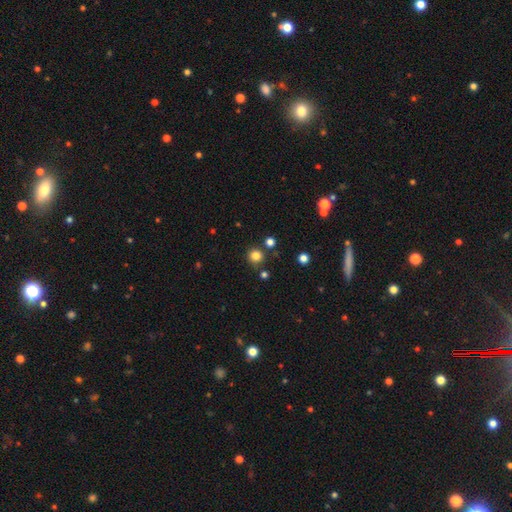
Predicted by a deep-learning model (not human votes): Smooth or featured? smooth (81%)
How rounded? round (93%)
Merging? none (84%)